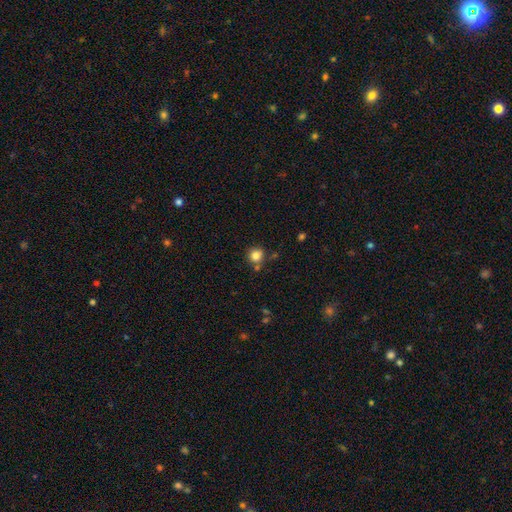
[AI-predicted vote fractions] This appears to be a smooth galaxy with no disk features (82%) that is round (90%). Merging: none (74%).